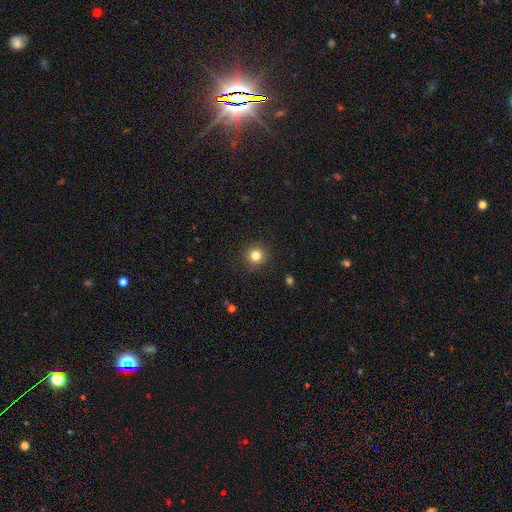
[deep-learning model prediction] Smooth or featured? smooth (82%)
How rounded? round (94%)
Merging? none (91%)